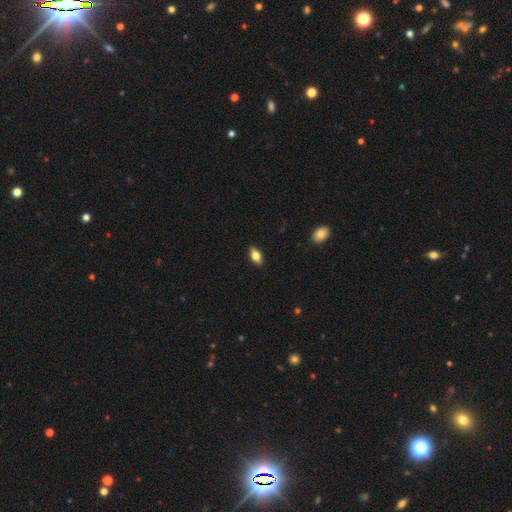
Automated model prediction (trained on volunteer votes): Smooth or featured? Predicted: smooth (p=0.78). How rounded? Predicted: in between (p=0.89). Merging? Predicted: none (p=0.89).